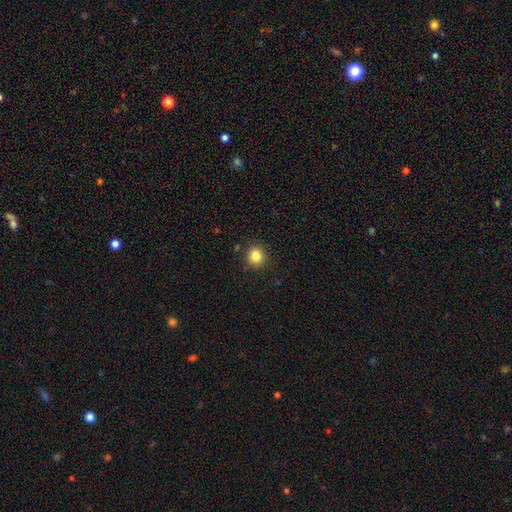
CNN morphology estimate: type=smooth (84%); roundness=round (86%); merging=none (88%).